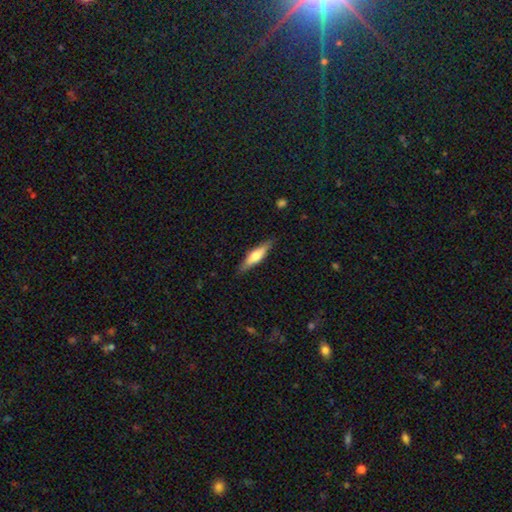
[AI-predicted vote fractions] Smooth or featured? smooth (49%)
Merging? none (87%)